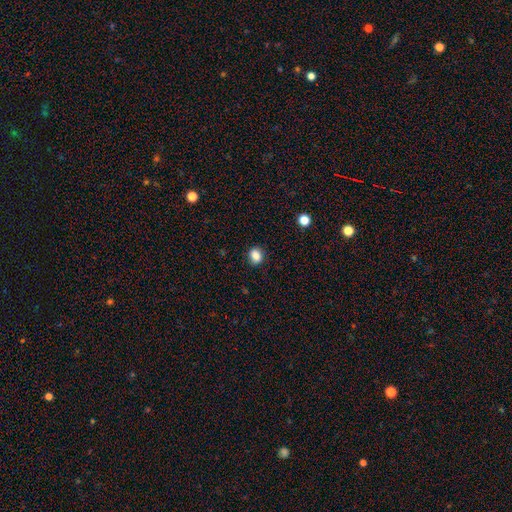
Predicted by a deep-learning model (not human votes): This is clearly a smooth galaxy (86%). How rounded: possibly round (51%). Merging: clearly none (86%).